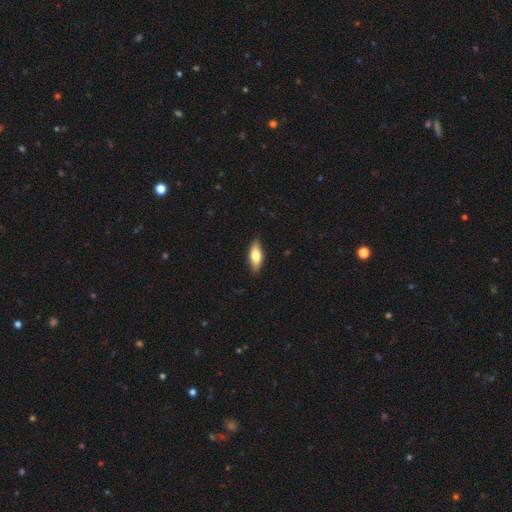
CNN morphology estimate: This is likely a smooth galaxy (72%). How rounded: likely in between (72%). Merging: clearly none (88%).